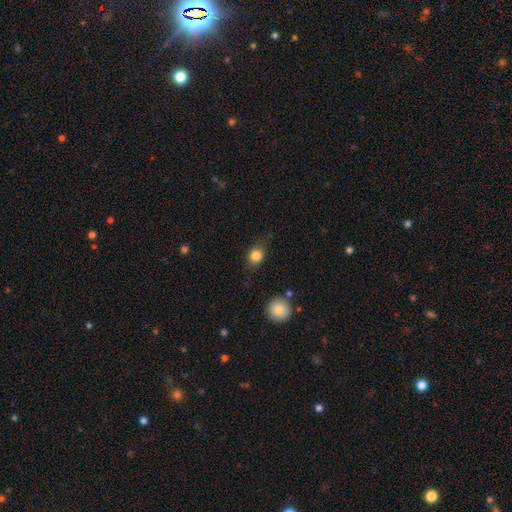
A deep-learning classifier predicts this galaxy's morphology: smooth_or_featured: smooth (p=0.82) [alt: star or artifact p=0.10]
how_rounded: round (p=0.71) [alt: in between p=0.27]
merging: none (p=0.69) [alt: minor disturbance p=0.21]